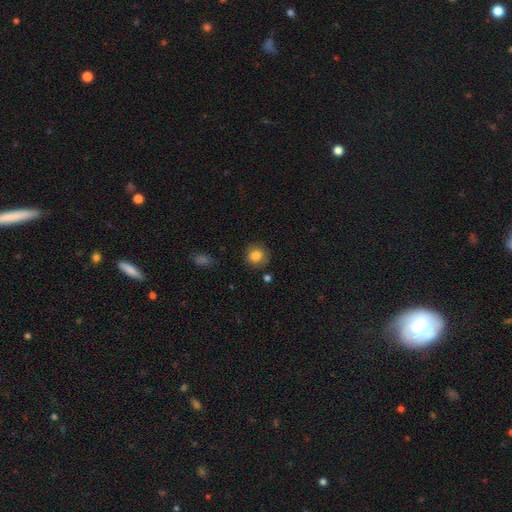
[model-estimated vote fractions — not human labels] Smooth or featured? Predicted: smooth (p=0.84). How rounded? Predicted: round (p=0.89). Merging? Predicted: none (p=0.86).